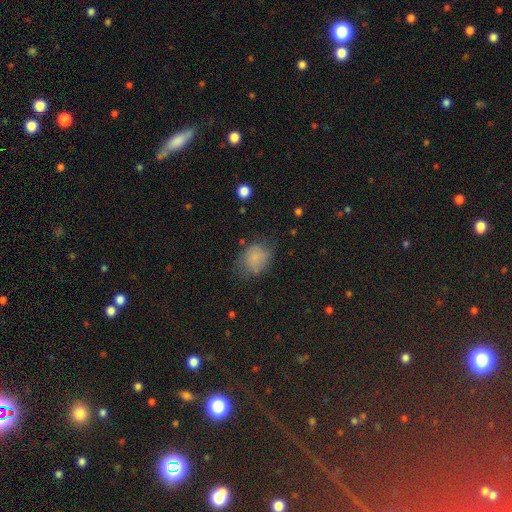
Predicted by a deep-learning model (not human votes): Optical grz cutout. It shows a smooth galaxy with no disk features (76%) that is in between round and cigar-shaped (58%). Merging: none (57%).